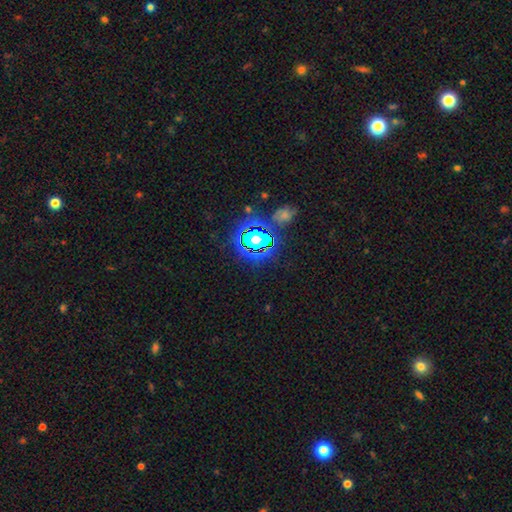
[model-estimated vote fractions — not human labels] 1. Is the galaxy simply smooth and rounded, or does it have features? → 78% star or artifact, 14% smooth, 8% featured or disk.